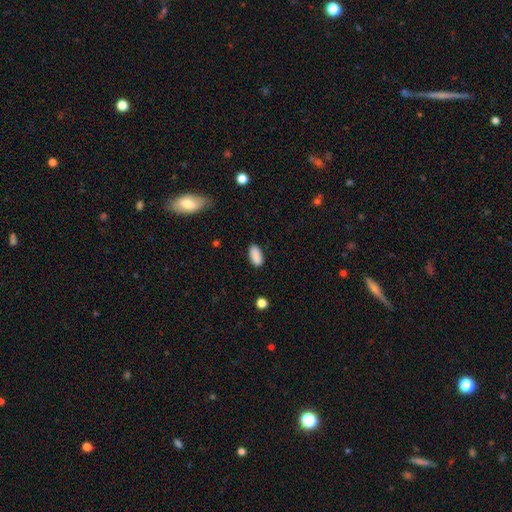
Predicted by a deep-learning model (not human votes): This is clearly a smooth galaxy (89%). How rounded: clearly in between (92%). Merging: clearly none (85%).